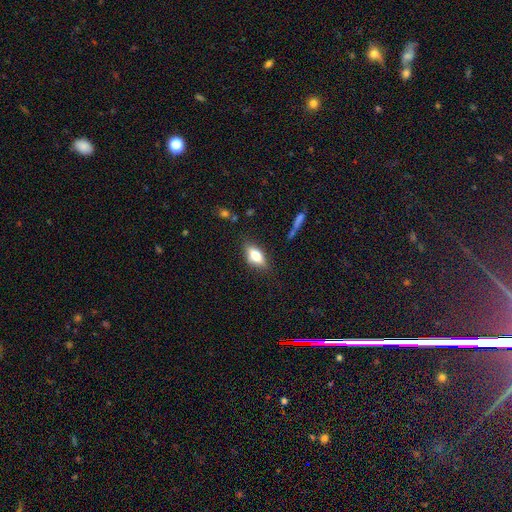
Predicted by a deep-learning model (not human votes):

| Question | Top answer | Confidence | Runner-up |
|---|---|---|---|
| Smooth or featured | smooth | 66% | featured or disk (26%) |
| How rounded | in between | 81% | cigar-shaped (13%) |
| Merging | none | 79% | minor disturbance (15%) |